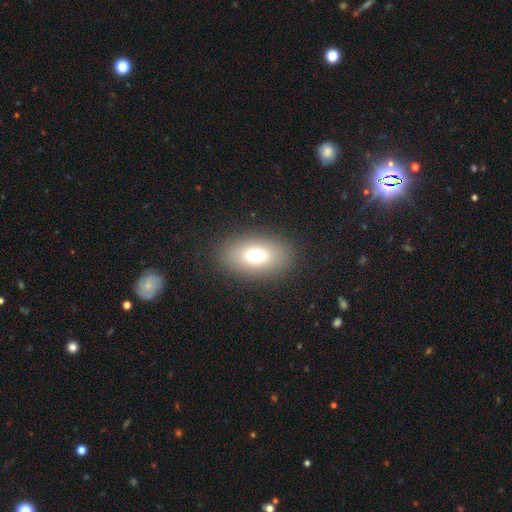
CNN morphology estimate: Q: Smooth or featured?
A: smooth (73%); runner-up: featured or disk (15%)
Q: How rounded?
A: in between (88%); runner-up: round (10%)
Q: Merging?
A: none (86%); runner-up: minor disturbance (8%)